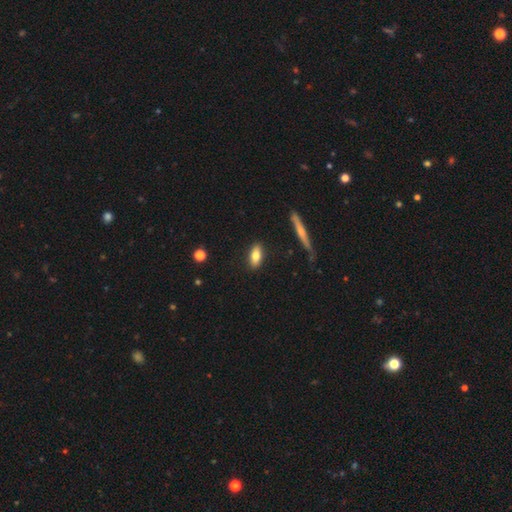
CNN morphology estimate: Smooth or featured? smooth (76%)
How rounded? in between (76%)
Merging? none (88%)